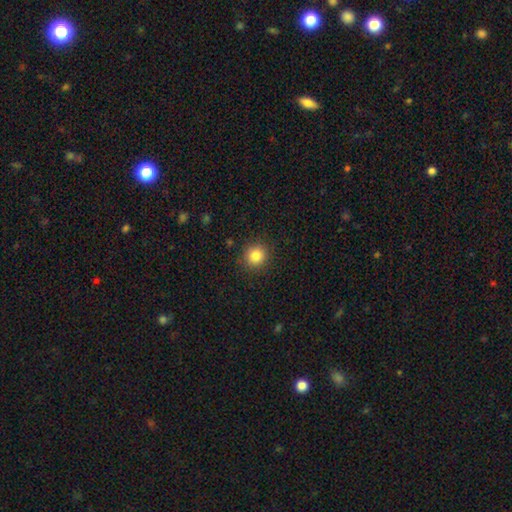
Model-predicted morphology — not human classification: Smooth or featured?
  - smooth: 84% *
  - star or artifact: 11%
  - featured or disk: 5%
How rounded?
  - round: 90% *
  - in between: 9%
  - cigar-shaped: 1%
Merging?
  - none: 90% *
  - minor disturbance: 7%
  - major disturbance: 2%
  - merger: 1%